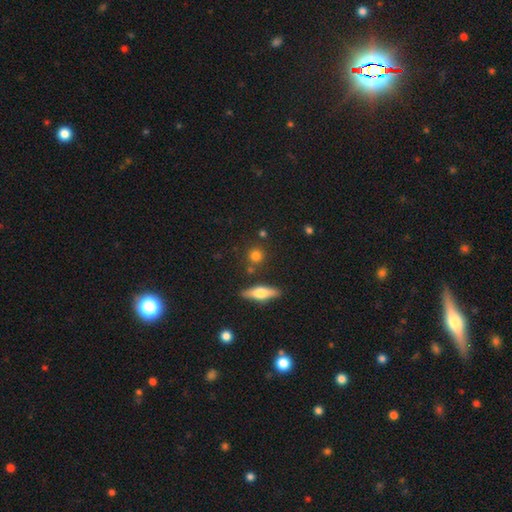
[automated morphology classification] type=smooth (77%); roundness=round (83%); merging=none (80%).